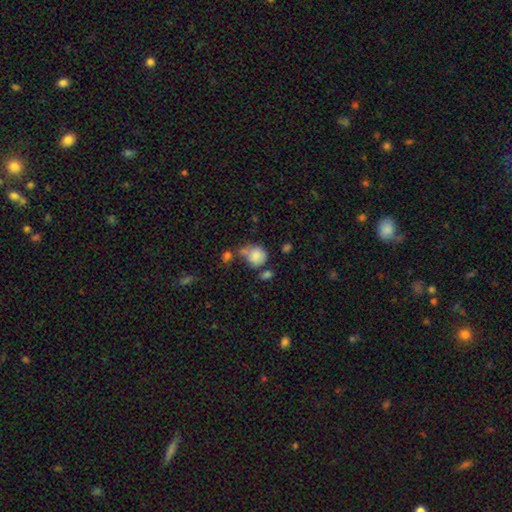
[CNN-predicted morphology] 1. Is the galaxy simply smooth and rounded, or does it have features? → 81% smooth, 10% featured or disk, 9% star or artifact.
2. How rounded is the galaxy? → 76% round, 23% in between, 1% cigar-shaped.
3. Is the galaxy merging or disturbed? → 43% none, 24% merger, 22% minor disturbance, 10% major disturbance.